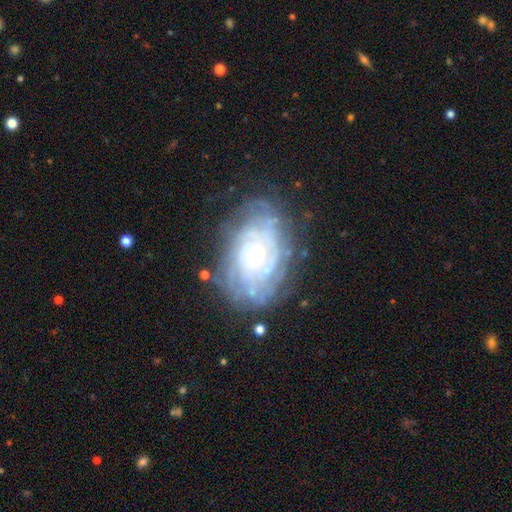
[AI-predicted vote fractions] smooth_or_featured: featured or disk (p=0.81) [alt: smooth p=0.12]
disk_edge_on: no (p=0.96) [alt: yes p=0.04]
bar: no (p=0.80) [alt: weak p=0.16]
has_spiral_arms: yes (p=0.87) [alt: no p=0.13]
spiral_winding: tight (p=0.74) [alt: medium p=0.20]
spiral_arm_count: can't tell (p=0.54) [alt: more than 4 p=0.11]
bulge_size: small (p=0.64) [alt: moderate p=0.31]
merging: none (p=0.70) [alt: minor disturbance p=0.19]